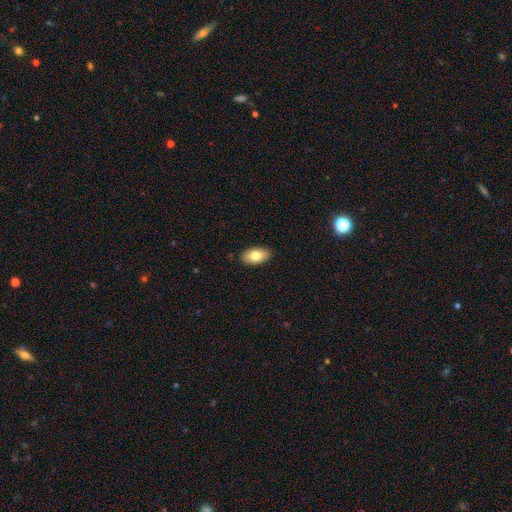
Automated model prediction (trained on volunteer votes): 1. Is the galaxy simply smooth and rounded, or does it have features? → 79% smooth, 14% featured or disk, 7% star or artifact.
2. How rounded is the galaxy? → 94% in between, 4% round, 2% cigar-shaped.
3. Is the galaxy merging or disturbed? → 90% none, 8% minor disturbance, 2% major disturbance, 1% merger.